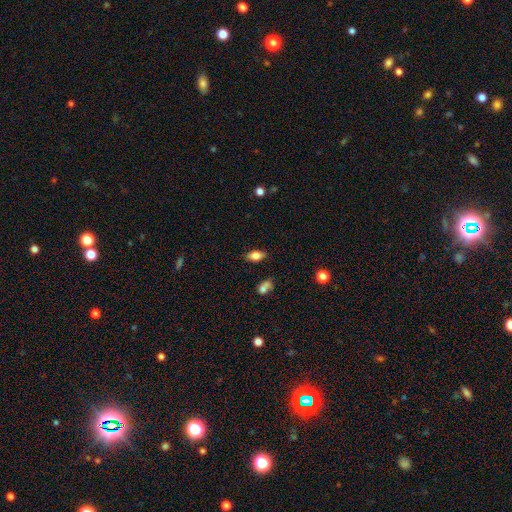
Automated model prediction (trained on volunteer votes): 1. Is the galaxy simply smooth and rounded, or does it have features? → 78% smooth, 14% featured or disk, 9% star or artifact.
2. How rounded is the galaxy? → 87% in between, 7% cigar-shaped, 6% round.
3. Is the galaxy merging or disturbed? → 82% none, 12% minor disturbance, 3% merger, 3% major disturbance.